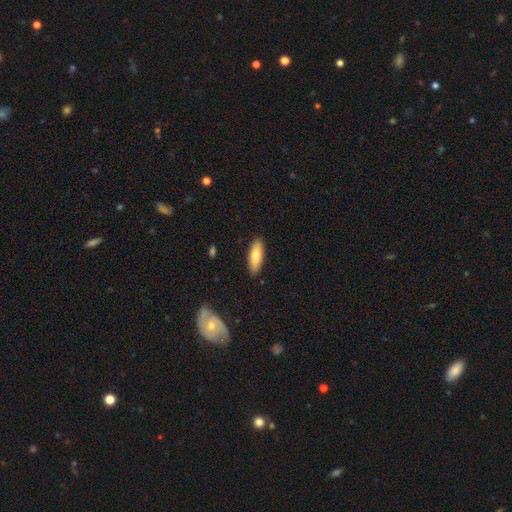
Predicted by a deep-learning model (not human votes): The model was most divided on "how rounded": in between: 58%, cigar-shaped: 40%, round: 2%. More confident: merging — none (88%); smooth or featured — smooth (81%).